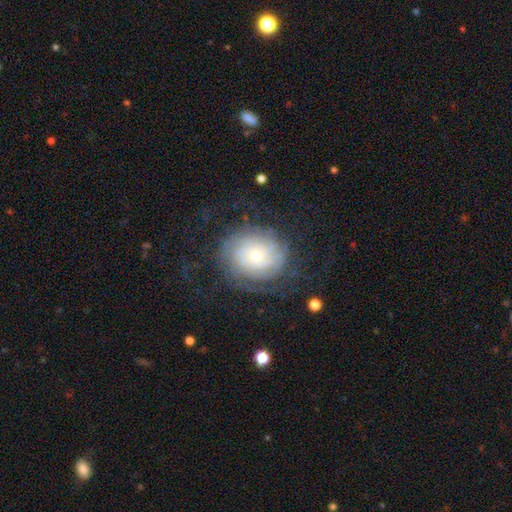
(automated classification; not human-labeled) This is likely a featured or disk galaxy (70%). It is clearly not viewed edge-on (97%). Bar: likely no (79%). Spiral arm pattern: clearly yes (88%). Spiral arm count: possibly can't tell (53%). Spiral winding: likely tight (71%). Central bulge: possibly small (52%). Merging: likely none (68%).